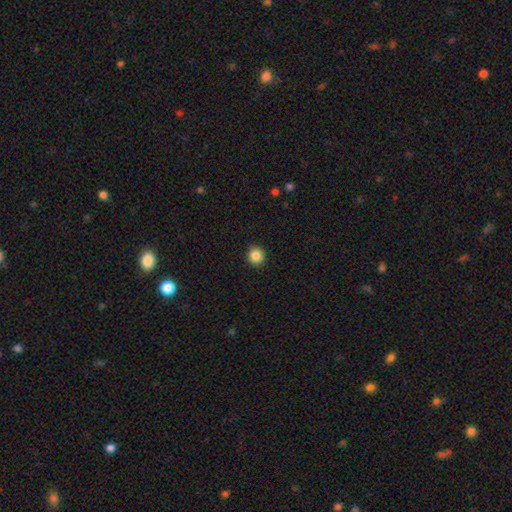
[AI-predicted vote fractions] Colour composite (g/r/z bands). It shows a smooth galaxy with no disk features (86%) that is round (91%). Merging: none (93%).